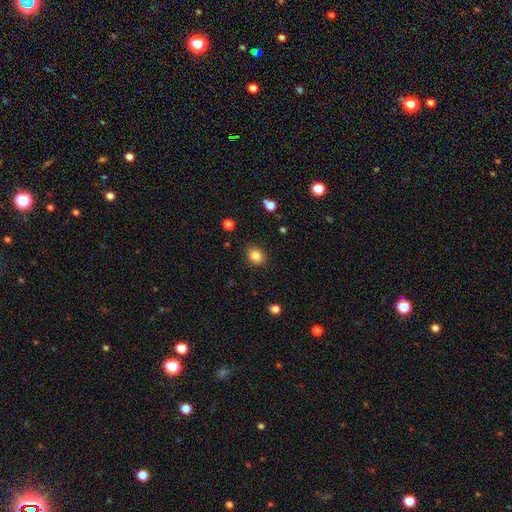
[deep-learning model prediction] Overall: smooth (85%). How rounded: in between (51%; round 48%). Merging: none (88%).